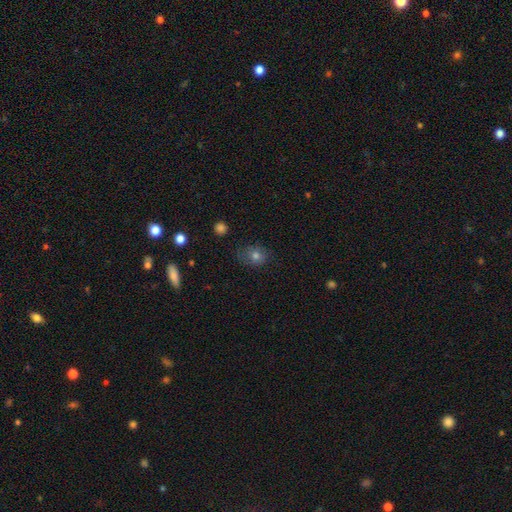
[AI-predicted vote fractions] Smooth or featured?
  - smooth: 73% *
  - star or artifact: 13%
  - featured or disk: 13%
How rounded?
  - round: 56% *
  - in between: 43%
  - cigar-shaped: 1%
Merging?
  - none: 69% *
  - minor disturbance: 22%
  - major disturbance: 7%
  - merger: 2%